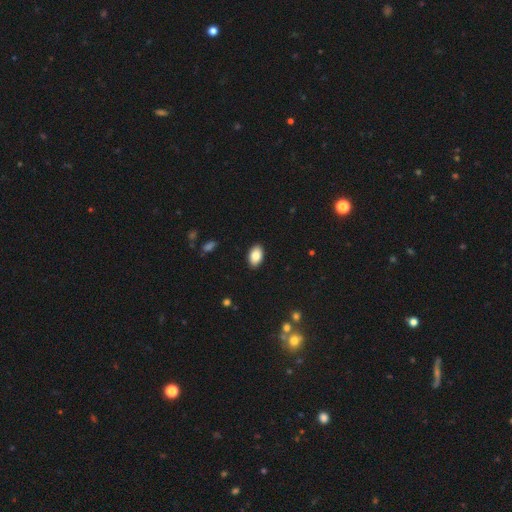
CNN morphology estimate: Smooth or featured: smooth — 85% (featured or disk — 7%)
How rounded: in between — 93% (round — 6%)
Merging: none — 90% (minor disturbance — 7%)